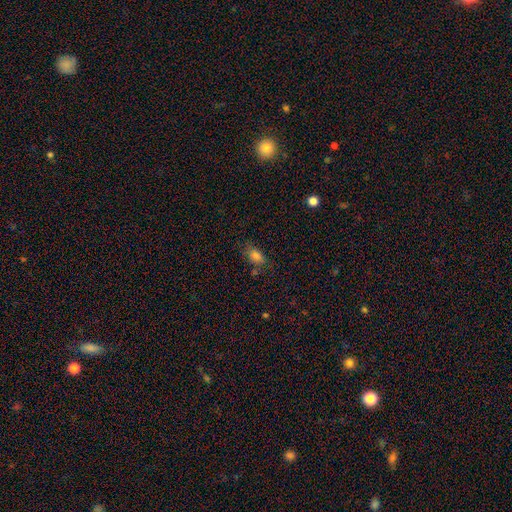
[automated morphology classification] This appears to be a smooth galaxy with no disk features (77%) that is in between round and cigar-shaped (84%). Merging: none (68%).